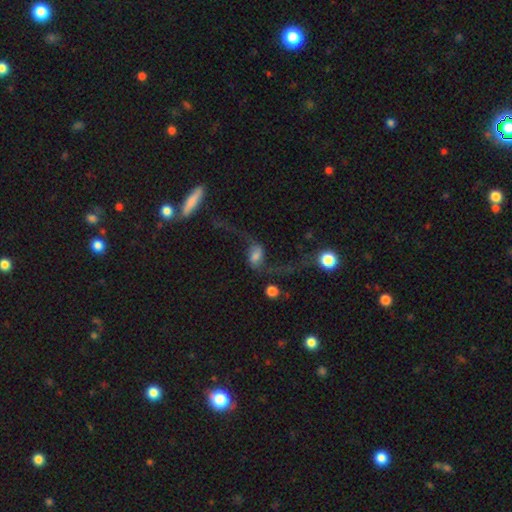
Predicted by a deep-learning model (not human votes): A featured or disk galaxy (57%) with a weak bar (41%), spiral arms (81%) and a moderate central bulge (35%).

Vote fractions:
- Smooth or featured? featured or disk: 57% / smooth: 31% / star or artifact: 11%
- Edge-on disk? no: 93% / yes: 7%
- Bar? weak: 41% / no: 39% / strong: 20%
- Spiral arms? yes: 81% / no: 19%
- Bulge size? moderate: 35% / small: 24% / large: 19% / none: 16% / dominant: 7%
- Merging? none: 36% (tied) / major disturbance: 36% (tied) / minor disturbance: 14% / merger: 14%